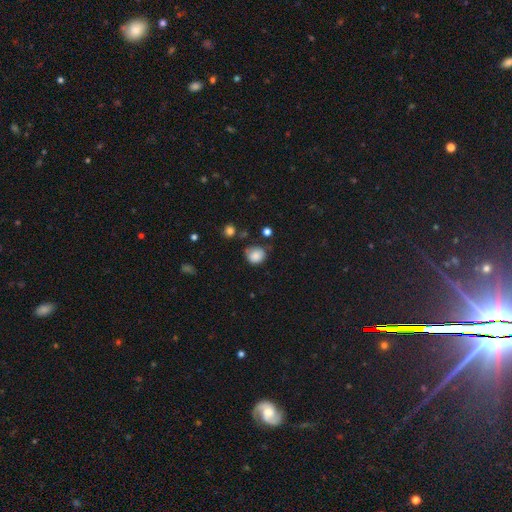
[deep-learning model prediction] A smooth galaxy with no disk features (84%) that is round (78%). Merging: none (58%).